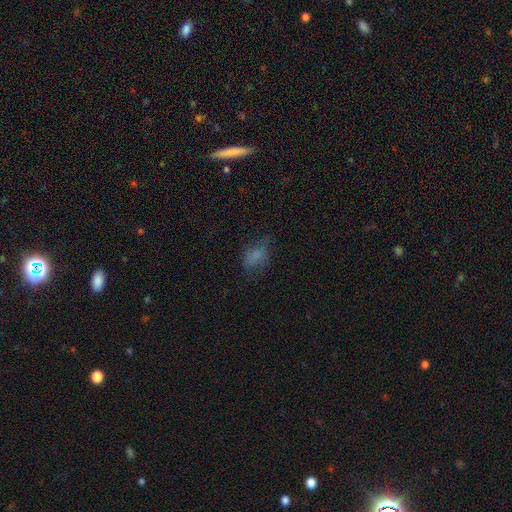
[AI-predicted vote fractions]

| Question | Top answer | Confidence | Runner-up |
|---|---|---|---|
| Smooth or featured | smooth | 67% | star or artifact (17%) |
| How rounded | in between | 80% | round (16%) |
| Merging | none | 54% | minor disturbance (25%) |